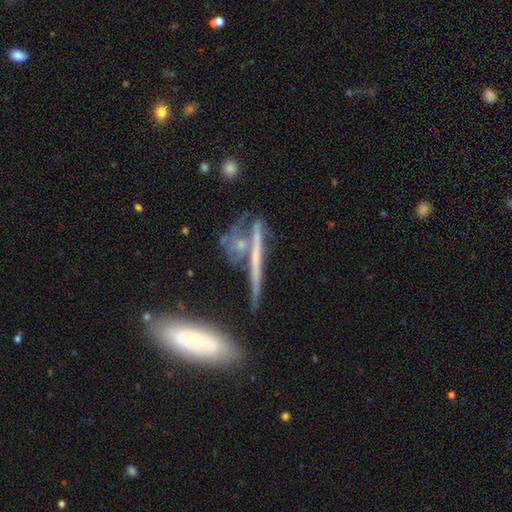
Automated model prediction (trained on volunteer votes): featured or disk 60%, smooth 27%, star or artifact 13%. Down the decision tree: edge-on disk — yes (85%); edge-on bulge — none (72%); merging — none (60%).